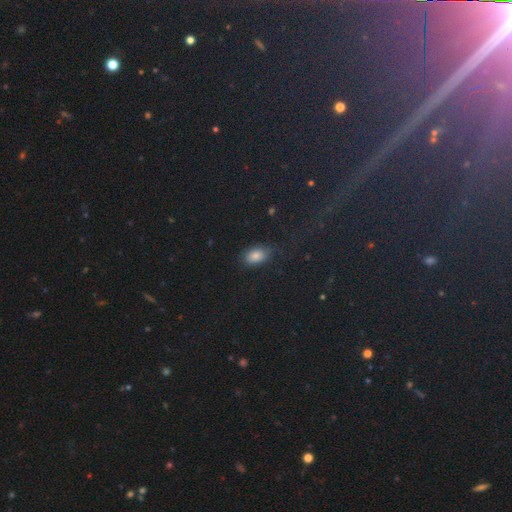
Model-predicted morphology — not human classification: Q: Smooth or featured?
A: smooth (76%); runner-up: star or artifact (16%)
Q: How rounded?
A: in between (86%); runner-up: round (12%)
Q: Merging?
A: none (76%); runner-up: minor disturbance (17%)